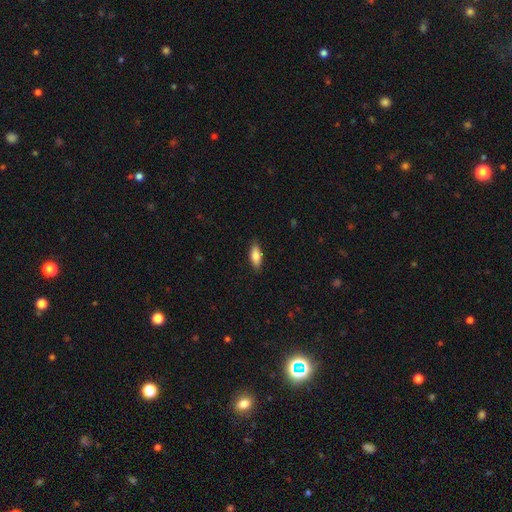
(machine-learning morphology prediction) smooth_or_featured: smooth (p=0.81) [alt: featured or disk p=0.13]
how_rounded: in between (p=0.74) [alt: cigar-shaped p=0.24]
merging: none (p=0.85) [alt: minor disturbance p=0.12]